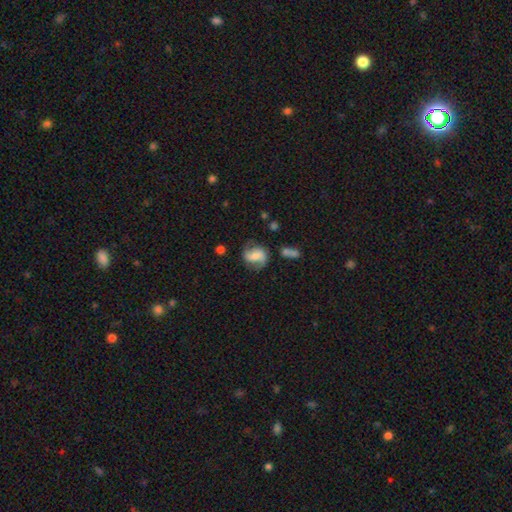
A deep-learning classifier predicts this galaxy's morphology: Smooth or featured?
  - featured or disk: 66% *
  - smooth: 26%
  - star or artifact: 8%
Edge-on disk?
  - no: 97% *
  - yes: 3%
Bar?
  - weak: 42% *
  - no: 32%
  - strong: 27%
Spiral arms?
  - yes: 91% *
  - no: 9%
Spiral winding?
  - medium: 43% *
  - loose: 40%
  - tight: 17%
Spiral arm count?
  - 2: 87% *
  - can't tell: 5%
  - 1: 5%
  - 3: 2%
  - 4: 1%
  - more than 4: 1%
Bulge size?
  - moderate: 27% * (tied)
  - none: 27% * (tied)
  - small: 26%
  - large: 16%
  - dominant: 3%
Merging?
  - none: 66% *
  - minor disturbance: 19%
  - major disturbance: 10%
  - merger: 5%